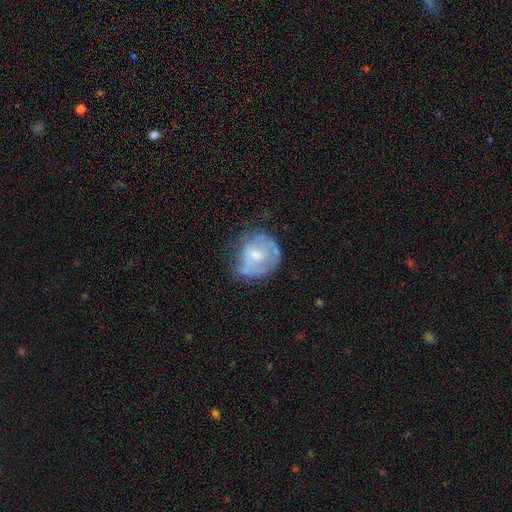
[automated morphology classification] Smooth or featured?
  - smooth: 47% *
  - featured or disk: 45%
  - star or artifact: 8%
Merging?
  - none: 44% *
  - minor disturbance: 31%
  - major disturbance: 21%
  - merger: 4%